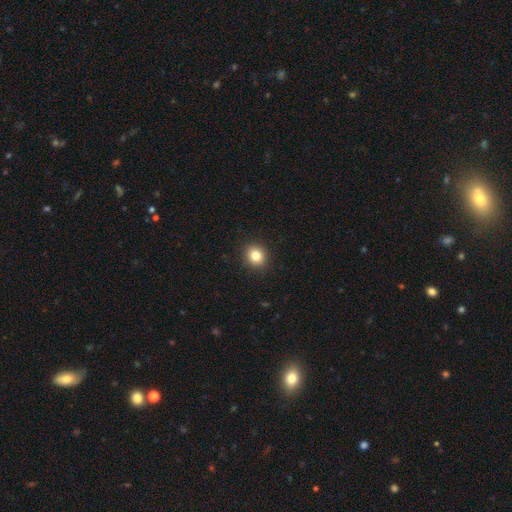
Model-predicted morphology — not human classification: smooth 83%, star or artifact 11%, featured or disk 6%. Down the decision tree: how rounded — round (81%); merging — none (92%).